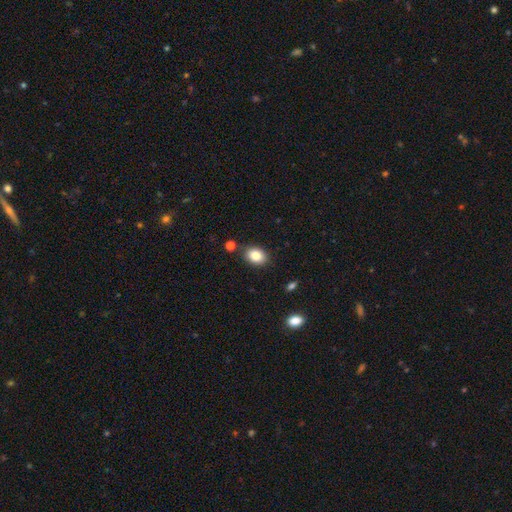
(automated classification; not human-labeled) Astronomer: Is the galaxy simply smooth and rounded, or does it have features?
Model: smooth — 86%.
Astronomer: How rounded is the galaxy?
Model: in between — 74%.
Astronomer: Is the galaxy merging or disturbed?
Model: none — 83%.